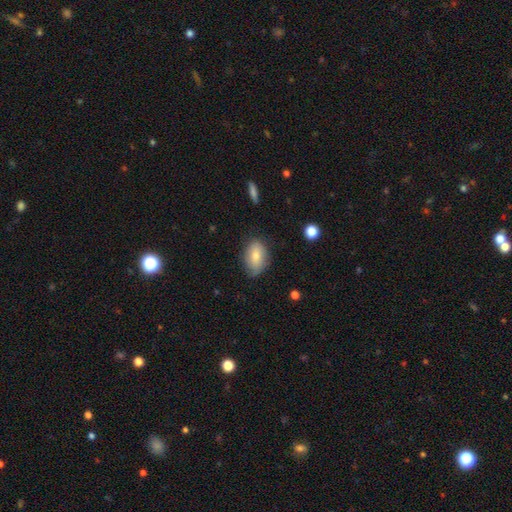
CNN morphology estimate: The model was most divided on "merging": none: 71%, minor disturbance: 23%, major disturbance: 5%, merger: 1%. More confident: how rounded — in between (88%); smooth or featured — smooth (75%).